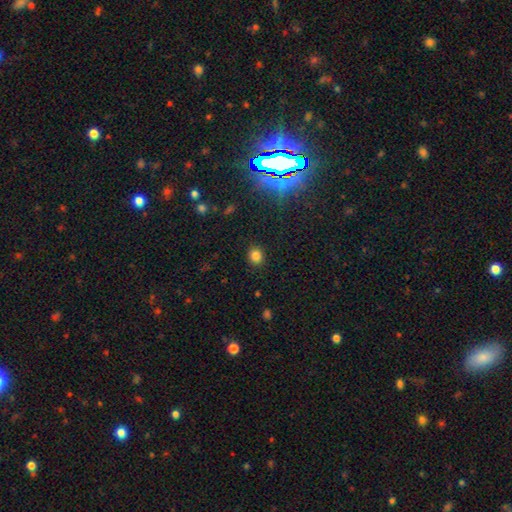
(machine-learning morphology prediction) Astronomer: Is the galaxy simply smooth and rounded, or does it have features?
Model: smooth — 82%.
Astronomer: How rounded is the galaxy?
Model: round — 72%.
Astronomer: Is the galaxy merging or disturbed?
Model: none — 89%.